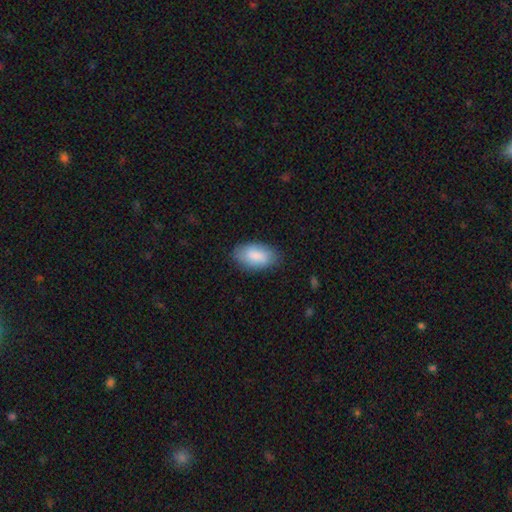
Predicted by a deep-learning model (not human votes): Smooth or featured: smooth — 86% (featured or disk — 8%)
How rounded: in between — 94% (round — 3%)
Merging: none — 81% (minor disturbance — 14%)